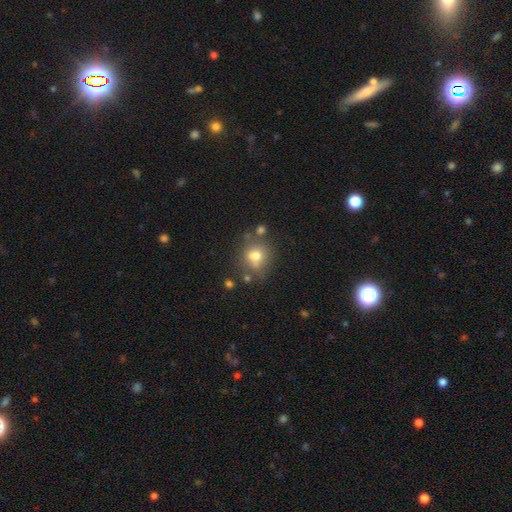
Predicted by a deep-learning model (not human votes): Q: Smooth or featured?
A: smooth (73%); runner-up: featured or disk (14%)
Q: How rounded?
A: round (80%); runner-up: in between (19%)
Q: Merging?
A: none (65%); runner-up: minor disturbance (15%)